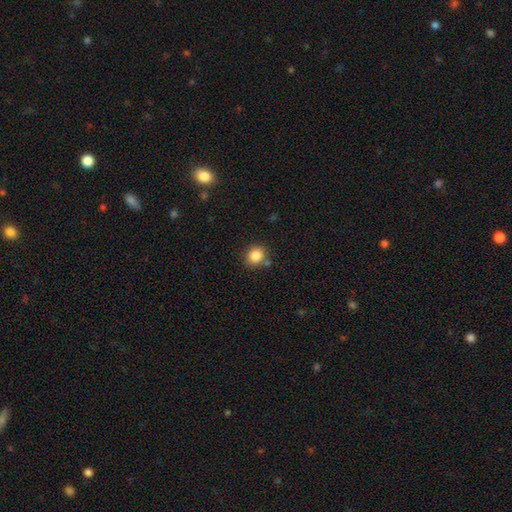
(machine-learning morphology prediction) type=smooth (85%); roundness=round (72%); merging=none (78%).